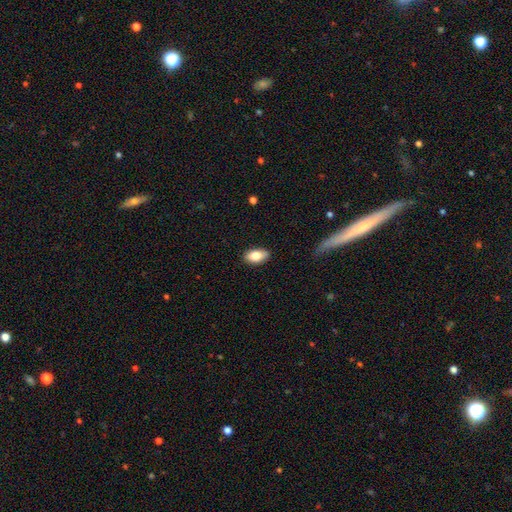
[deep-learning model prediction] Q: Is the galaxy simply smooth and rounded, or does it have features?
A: smooth — 80%.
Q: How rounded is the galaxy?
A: in between — 90%.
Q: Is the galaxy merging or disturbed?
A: none — 86%.